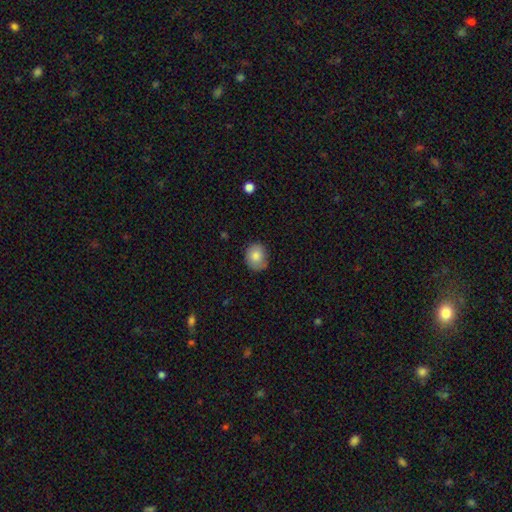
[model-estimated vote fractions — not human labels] Smooth or featured? Predicted: smooth (p=0.81). How rounded? Predicted: round (p=0.62). Merging? Predicted: none (p=0.71).